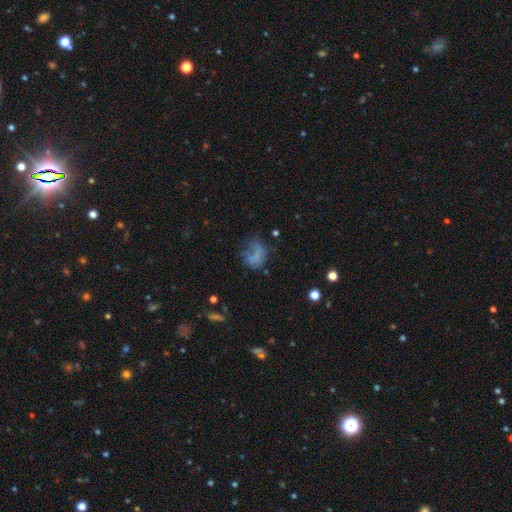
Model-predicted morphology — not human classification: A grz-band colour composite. It shows a smooth galaxy with no disk features (55%) that is in between round and cigar-shaped (58%). Merging: major disturbance (40%).